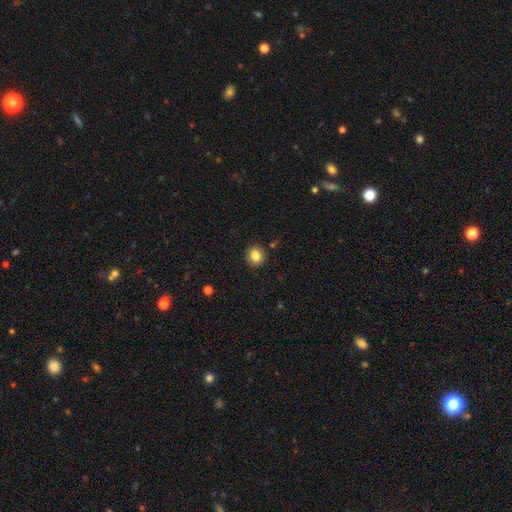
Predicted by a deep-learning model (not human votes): A smooth galaxy with no disk features (82%) that is round (76%). Merging: none (89%).